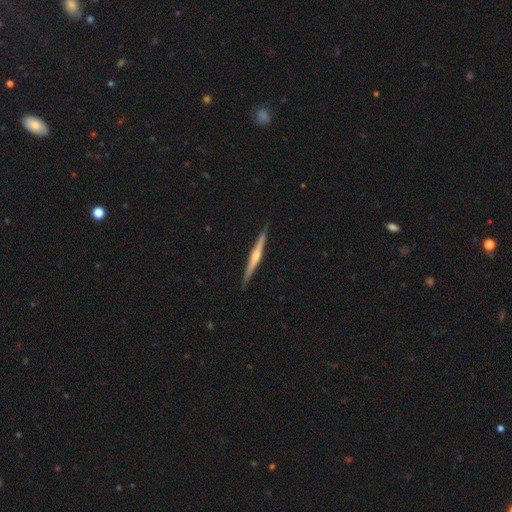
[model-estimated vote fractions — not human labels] Overall: featured or disk (75%). Edge-on disk: yes (98%). Edge-on bulge: rounded (83%). Merging: none (89%).